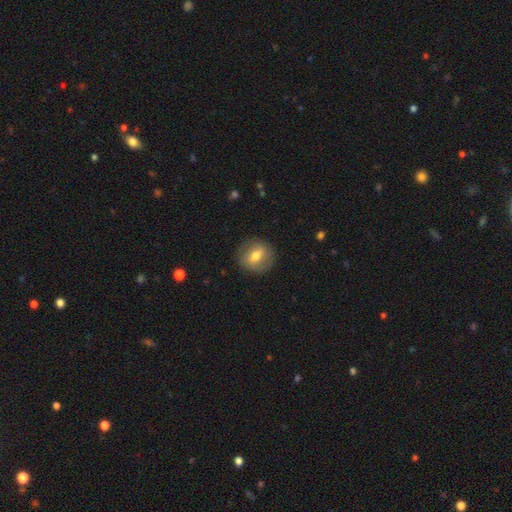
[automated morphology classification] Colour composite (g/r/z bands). It shows a smooth galaxy with no disk features (58%) that is round (80%). Merging: none (84%).